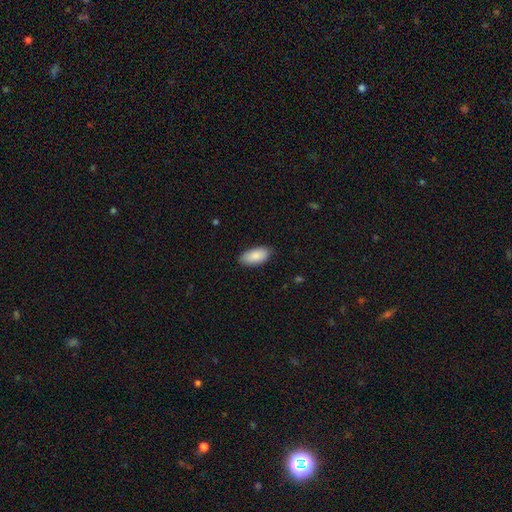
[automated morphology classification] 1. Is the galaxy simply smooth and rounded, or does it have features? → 88% smooth, 6% star or artifact, 6% featured or disk.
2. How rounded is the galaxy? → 93% in between, 5% cigar-shaped, 2% round.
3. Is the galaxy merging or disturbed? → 85% none, 12% minor disturbance, 2% major disturbance, 1% merger.